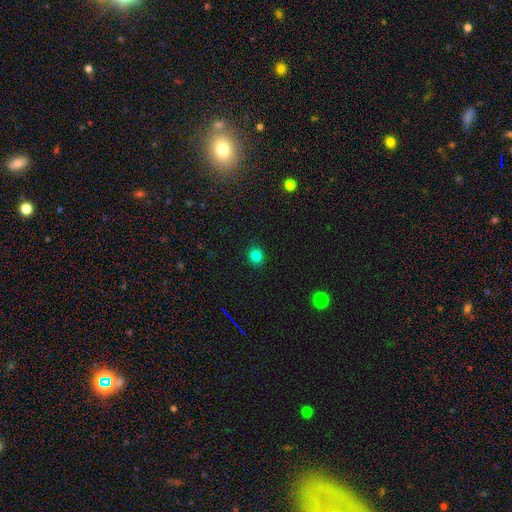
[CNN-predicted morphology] smooth-or-featured: smooth: 82% | star or artifact: 14% | featured or disk: 4%
  how-rounded: round: 88% | in between: 11% | cigar-shaped: 1%
  merging: none: 91% | minor disturbance: 6% | major disturbance: 2% | merger: 1%